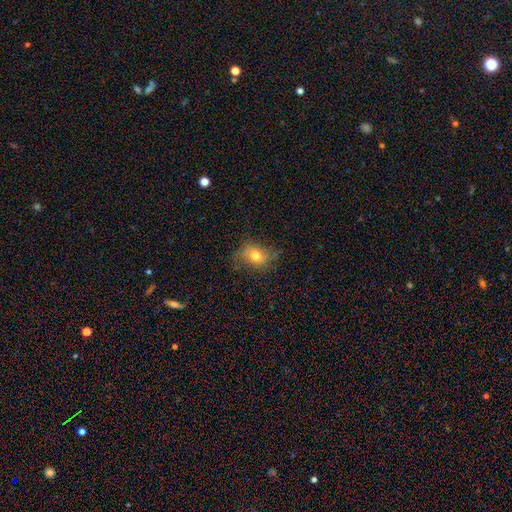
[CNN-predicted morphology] Smooth or featured? smooth (68%)
How rounded? in between (57%)
Merging? none (69%)